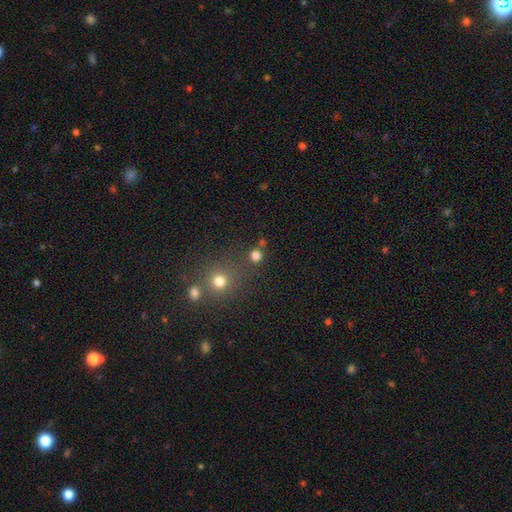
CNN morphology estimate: Overall: smooth (76%). How rounded: round (90%). Merging: none (75%).